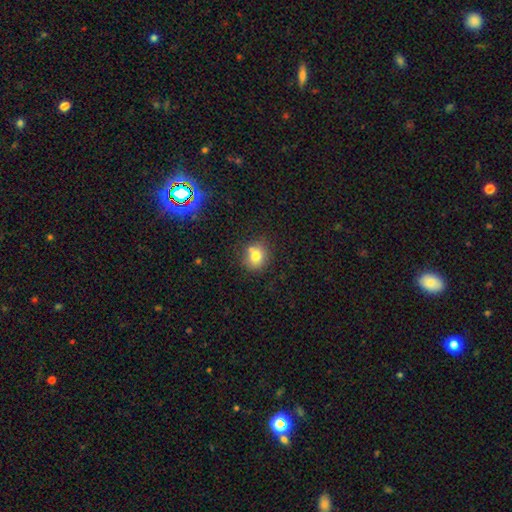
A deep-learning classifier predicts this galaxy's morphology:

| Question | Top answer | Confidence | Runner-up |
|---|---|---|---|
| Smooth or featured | smooth | 75% | featured or disk (12%) |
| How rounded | round | 81% | in between (18%) |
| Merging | none | 68% | merger (14%) |